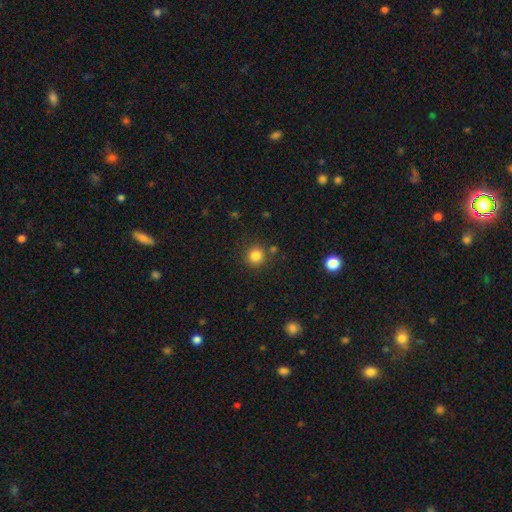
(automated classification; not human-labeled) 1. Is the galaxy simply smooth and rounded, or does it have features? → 83% smooth, 12% star or artifact, 5% featured or disk.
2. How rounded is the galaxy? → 93% round, 6% in between, 1% cigar-shaped.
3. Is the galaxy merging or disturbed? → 84% none, 8% minor disturbance, 5% merger, 3% major disturbance.